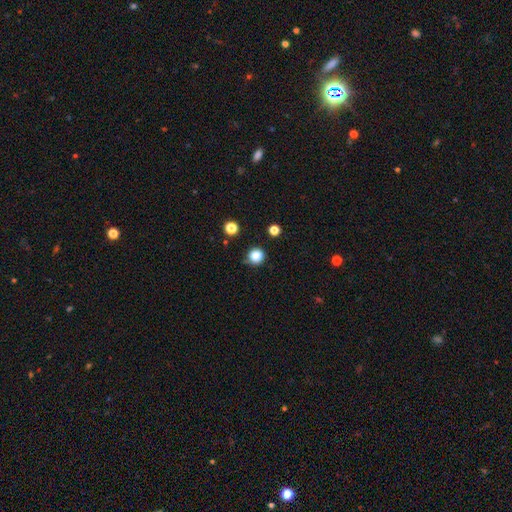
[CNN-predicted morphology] This is clearly a smooth galaxy (84%). How rounded: clearly round (93%). Merging: clearly none (83%).